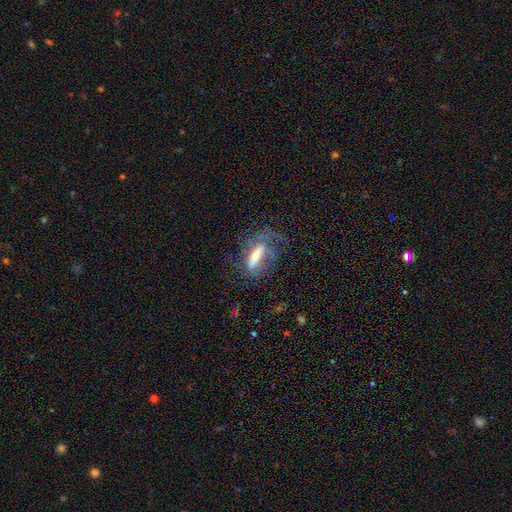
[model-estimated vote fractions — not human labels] Overall: featured or disk (63%; smooth 30%). Edge-on disk: no (68%; yes 32%). Merging: none (45%; major disturbance 31%).